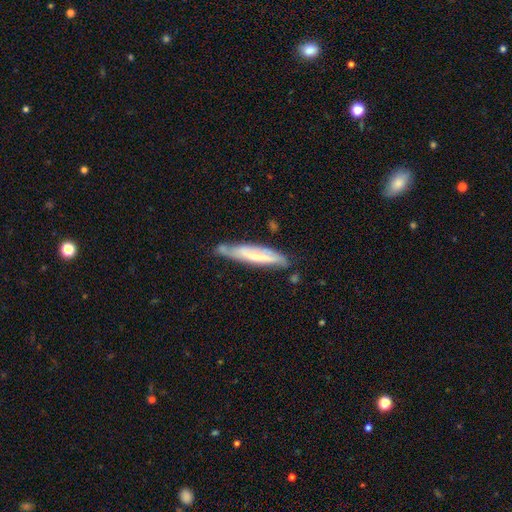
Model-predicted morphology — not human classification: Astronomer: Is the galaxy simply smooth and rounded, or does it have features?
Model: featured or disk — 53% (runner-up: smooth, 40%).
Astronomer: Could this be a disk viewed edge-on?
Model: yes — 58% (runner-up: no, 42%).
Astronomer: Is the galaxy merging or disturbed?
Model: none — 58%.